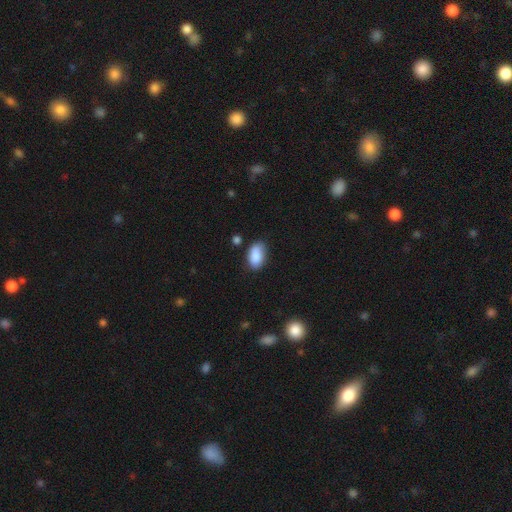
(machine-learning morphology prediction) Smooth or featured: smooth — 88% (star or artifact — 7%)
How rounded: in between — 93% (round — 5%)
Merging: none — 73% (minor disturbance — 20%)